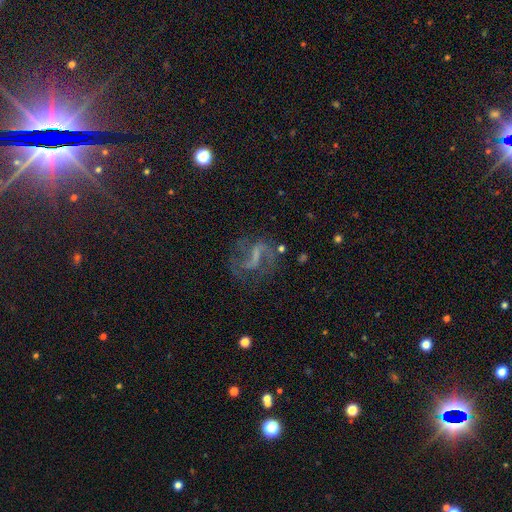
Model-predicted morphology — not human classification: The model was most divided on "spiral winding": loose: 49%, medium: 41%, tight: 10%. Remaining: edge-on disk — no (97%); spiral arms — yes (89%); spiral arm count — 2 (86%); smooth or featured — featured or disk (77%); merging — none (62%); bulge size — none (58%); bar — strong (47%).